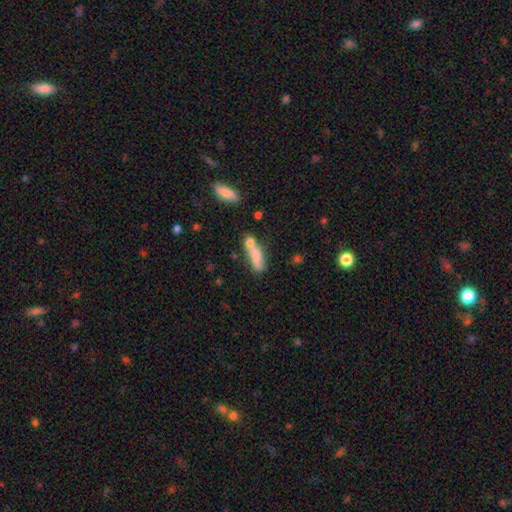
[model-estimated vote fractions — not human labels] smooth 72%, featured or disk 19%, star or artifact 9%. Down the decision tree: how rounded — cigar-shaped (51%); merging — merger (38%).